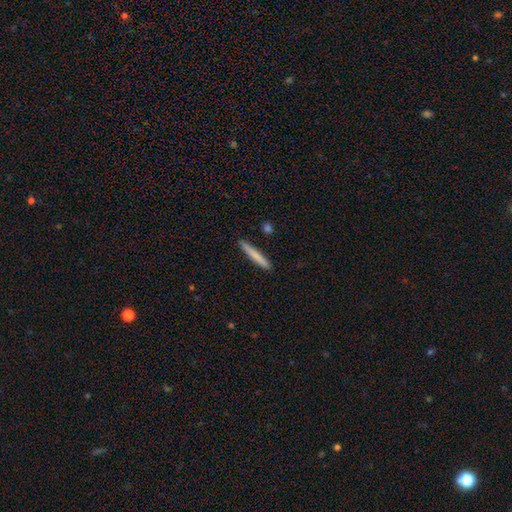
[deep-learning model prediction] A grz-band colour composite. It shows a smooth galaxy with no disk features (76%) that is cigar-shaped (96%). Merging: none (90%).